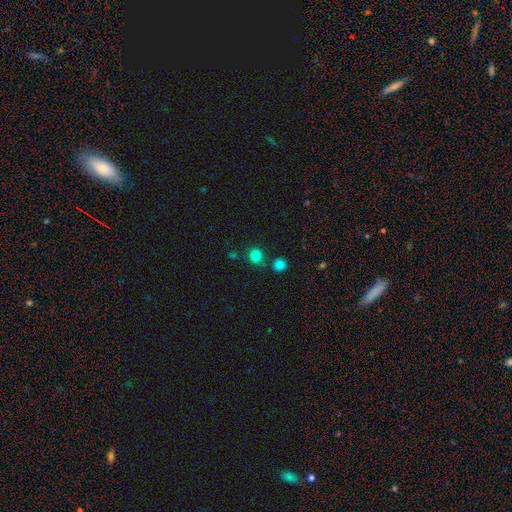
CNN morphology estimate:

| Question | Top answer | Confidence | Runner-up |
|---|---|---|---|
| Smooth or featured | smooth | 81% | star or artifact (14%) |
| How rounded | round | 88% | in between (11%) |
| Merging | none | 78% | merger (11%) |